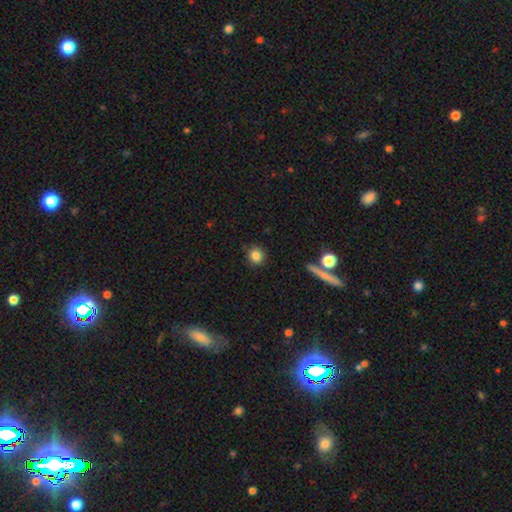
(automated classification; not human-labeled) smooth_or_featured: smooth (p=0.83) [alt: star or artifact p=0.10]
how_rounded: round (p=0.88) [alt: in between p=0.10]
merging: none (p=0.88) [alt: minor disturbance p=0.08]